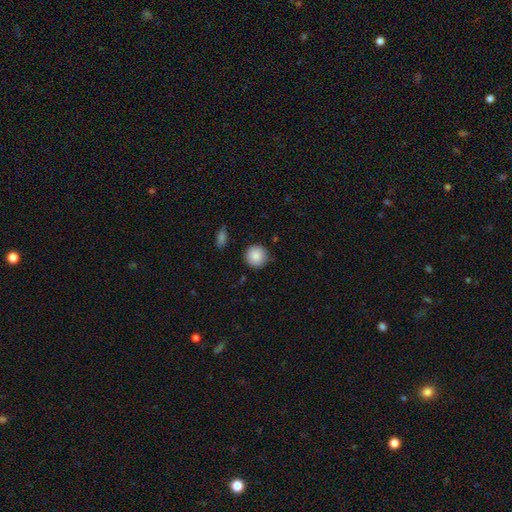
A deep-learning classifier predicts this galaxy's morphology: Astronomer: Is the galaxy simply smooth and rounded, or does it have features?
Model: smooth — 88%.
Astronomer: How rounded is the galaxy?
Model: round — 94%.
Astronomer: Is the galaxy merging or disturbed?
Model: none — 85%.